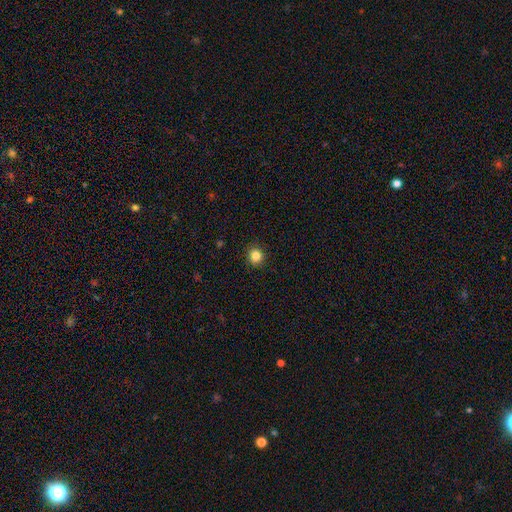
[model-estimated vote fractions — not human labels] This appears to be a smooth galaxy with no disk features (85%) that is round (90%). Merging: none (92%).